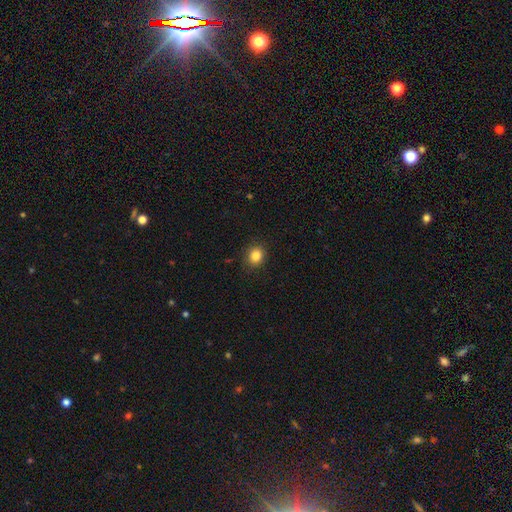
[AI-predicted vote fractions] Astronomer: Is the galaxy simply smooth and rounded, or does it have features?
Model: smooth — 84%.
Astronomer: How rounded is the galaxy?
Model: round — 78%.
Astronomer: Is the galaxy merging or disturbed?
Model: none — 89%.